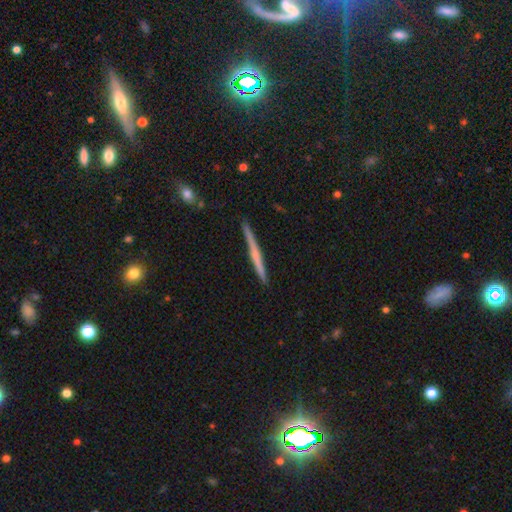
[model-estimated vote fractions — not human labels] A featured or disk galaxy (56%) viewed edge-on (98%) with no central bulge (66%).

Vote fractions:
- Smooth or featured? featured or disk: 56% / smooth: 39% / star or artifact: 6%
- Edge-on disk? yes: 98% / no: 2%
- Edge-on bulge? none: 66% / rounded: 25% / boxy: 8%
- Merging? none: 90% / minor disturbance: 7% / major disturbance: 1% / merger: 1%